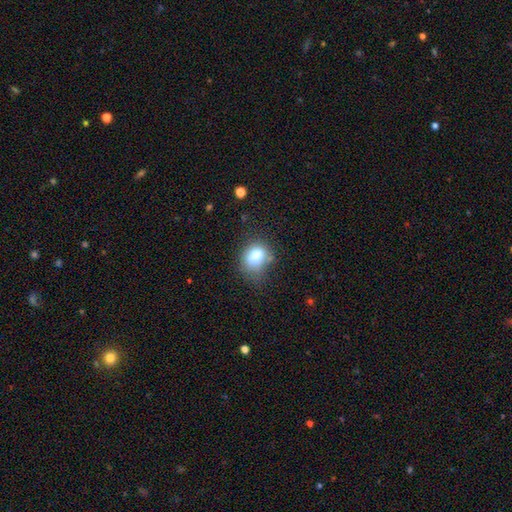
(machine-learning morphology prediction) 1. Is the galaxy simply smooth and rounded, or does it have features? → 79% smooth, 10% star or artifact, 10% featured or disk.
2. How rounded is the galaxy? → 55% in between, 44% round, 1% cigar-shaped.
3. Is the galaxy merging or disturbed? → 54% none, 28% minor disturbance, 11% major disturbance, 7% merger.